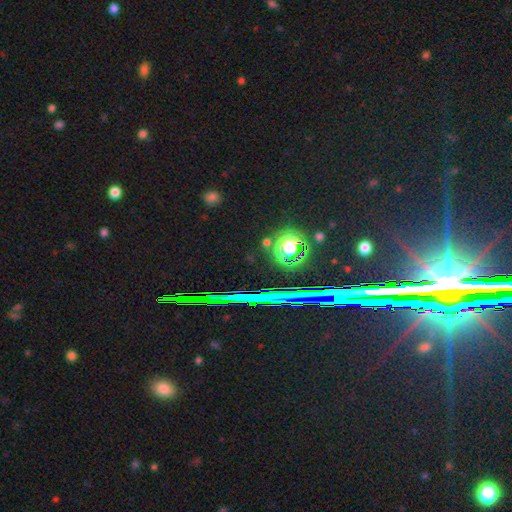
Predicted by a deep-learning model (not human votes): Smooth or featured: star or artifact — 76% (smooth — 14%)